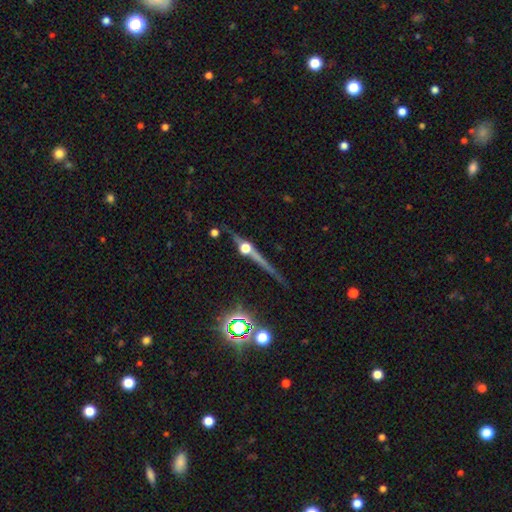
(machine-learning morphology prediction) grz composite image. It shows a featured or disk galaxy (60%) viewed edge-on (93%) with a rounded central bulge (72%). Merging: none (79%).